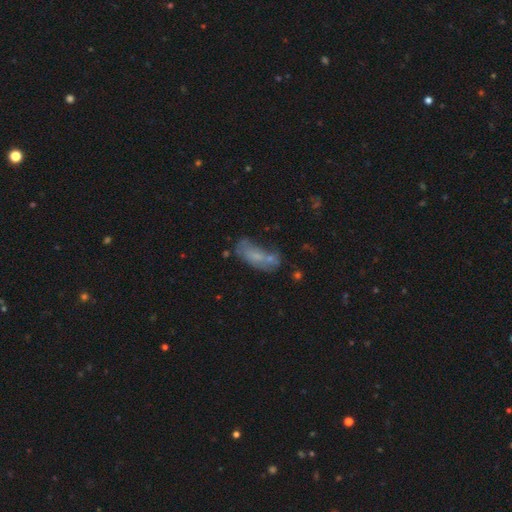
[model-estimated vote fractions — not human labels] A smooth galaxy with no disk features (56%) that is in between round and cigar-shaped (77%).

Vote fractions:
- Smooth or featured? smooth: 56% / featured or disk: 32% / star or artifact: 12%
- How rounded? in between: 77% / cigar-shaped: 19% / round: 4%
- Merging? none: 36% / merger: 26% / minor disturbance: 22% / major disturbance: 17%